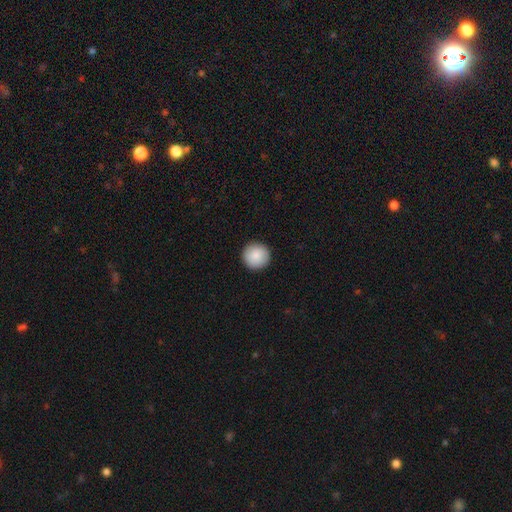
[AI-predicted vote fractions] smooth_or_featured: smooth (p=0.89) [alt: star or artifact p=0.07]
how_rounded: round (p=0.96) [alt: in between p=0.03]
merging: none (p=0.93) [alt: minor disturbance p=0.05]